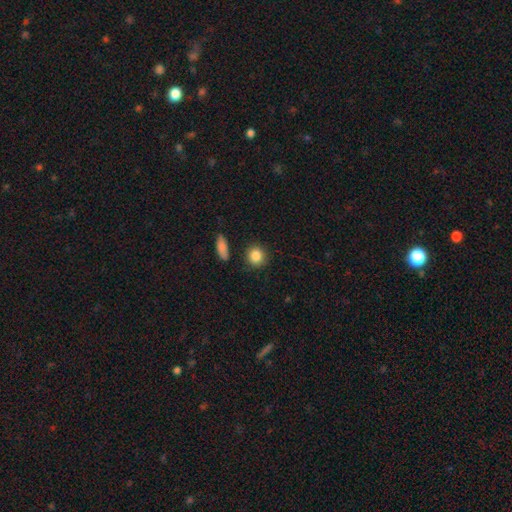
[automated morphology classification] Q: Smooth or featured?
A: smooth (87%); runner-up: star or artifact (8%)
Q: How rounded?
A: round (83%); runner-up: in between (15%)
Q: Merging?
A: none (85%); runner-up: minor disturbance (9%)